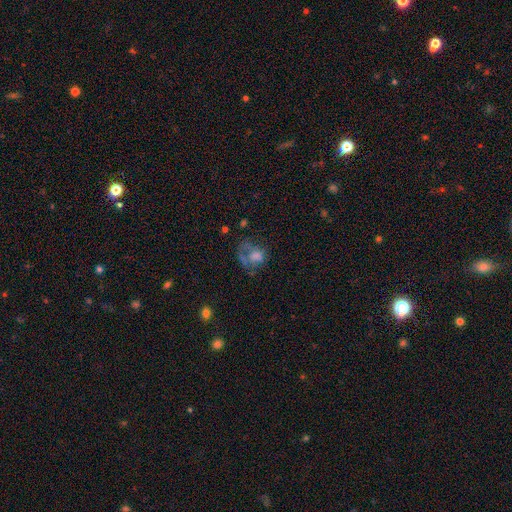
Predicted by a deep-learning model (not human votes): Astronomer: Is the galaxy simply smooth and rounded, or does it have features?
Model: smooth — 50% (runner-up: featured or disk, 36%).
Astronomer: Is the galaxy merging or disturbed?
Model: major disturbance — 42% (runner-up: none, 29%).